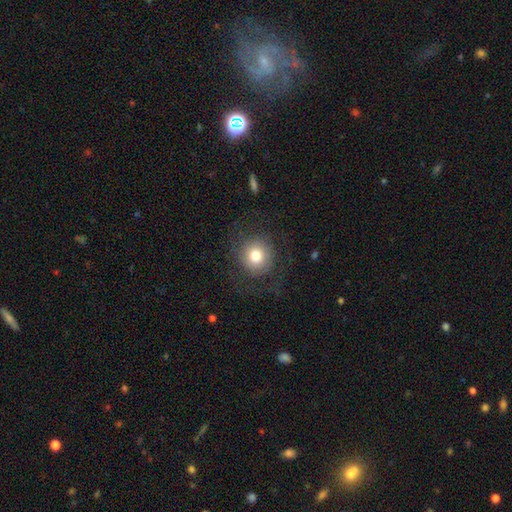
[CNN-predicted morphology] This is likely a smooth galaxy (71%). How rounded: clearly round (92%). Merging: likely none (77%).